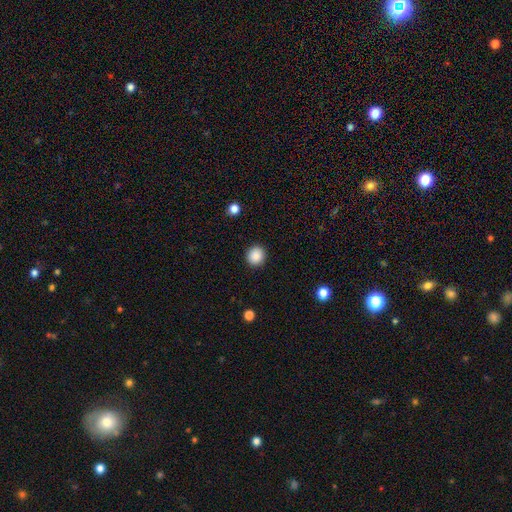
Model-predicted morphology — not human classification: Smooth or featured: smooth — 88% (star or artifact — 9%)
How rounded: round — 91% (in between — 8%)
Merging: none — 92% (minor disturbance — 5%)